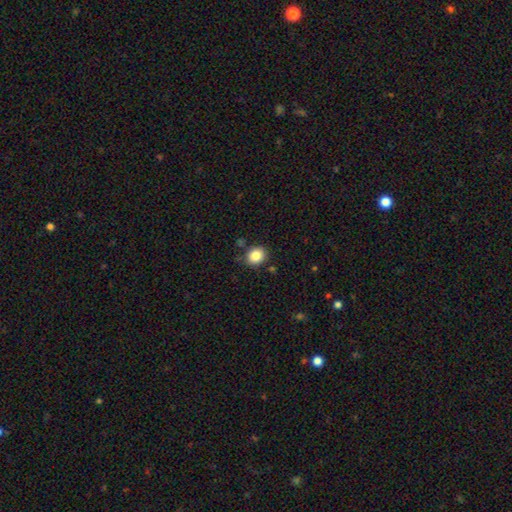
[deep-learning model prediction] A smooth galaxy with no disk features (84%) that is round (69%). Merging: none (82%).